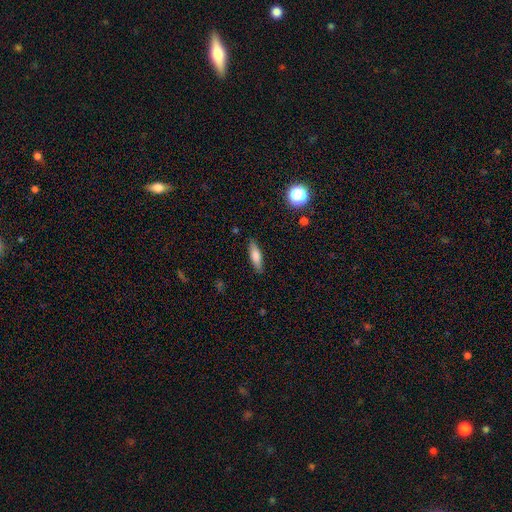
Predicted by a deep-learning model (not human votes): smooth-or-featured: smooth: 77% | featured or disk: 15% | star or artifact: 8%
  how-rounded: cigar-shaped: 52% | in between: 46% | round: 2%
  merging: none: 86% | minor disturbance: 10% | major disturbance: 2% | merger: 1%